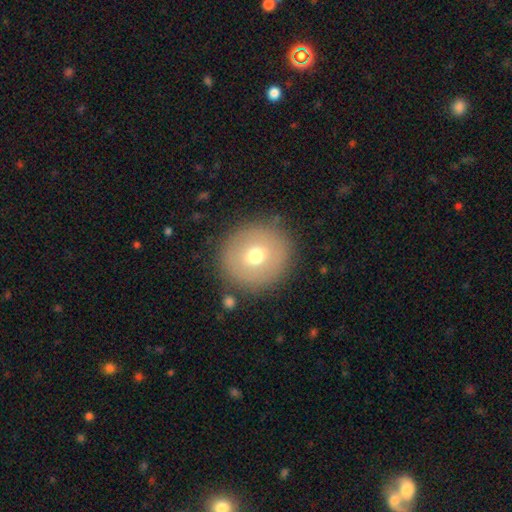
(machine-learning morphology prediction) Smooth or featured? smooth (66%)
How rounded? round (93%)
Merging? none (86%)